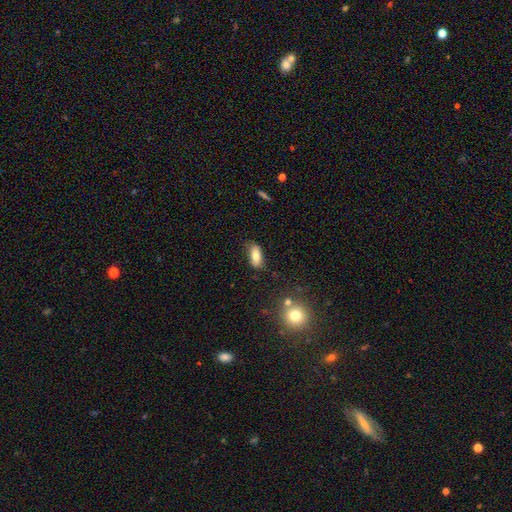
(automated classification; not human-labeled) smooth-or-featured: smooth: 79% | featured or disk: 13% | star or artifact: 8%
  how-rounded: in between: 84% | cigar-shaped: 13% | round: 4%
  merging: none: 71% | minor disturbance: 21% | major disturbance: 5% | merger: 3%